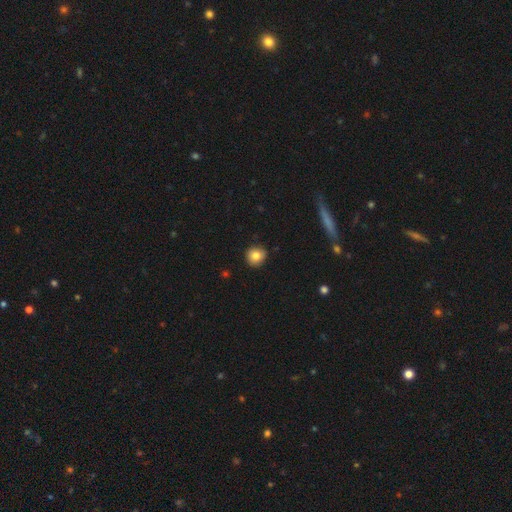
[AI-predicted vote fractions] Smooth or featured?
  - smooth: 82% *
  - star or artifact: 10%
  - featured or disk: 9%
How rounded?
  - round: 90% *
  - in between: 9%
  - cigar-shaped: 1%
Merging?
  - none: 86% *
  - minor disturbance: 11%
  - major disturbance: 2%
  - merger: 1%